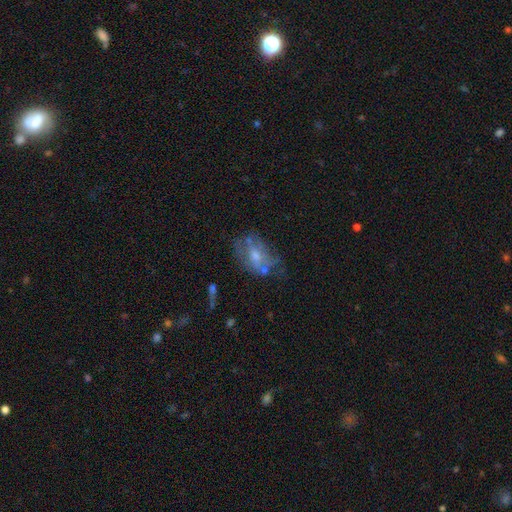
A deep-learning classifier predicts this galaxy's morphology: Smooth or featured: featured or disk — 54% (smooth — 35%)
Edge-on disk: no — 94% (yes — 6%)
Bar: no — 69% (weak — 26%)
Spiral arms: no — 71% (yes — 29%)
Bulge size: moderate — 49% (small — 37%)
Merging: none — 42% (minor disturbance — 26%)